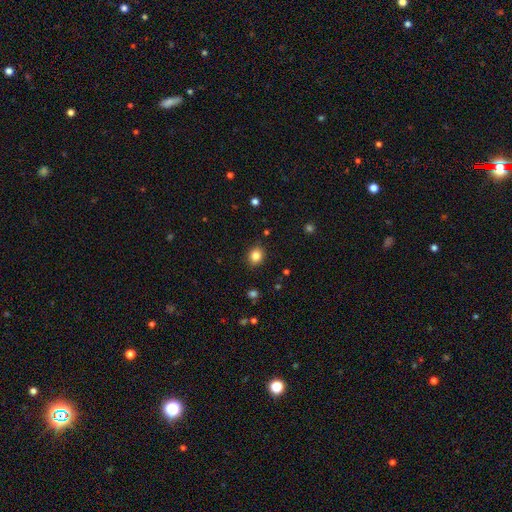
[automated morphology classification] Overall: smooth (84%). How rounded: round (66%; in between 33%). Merging: none (88%).